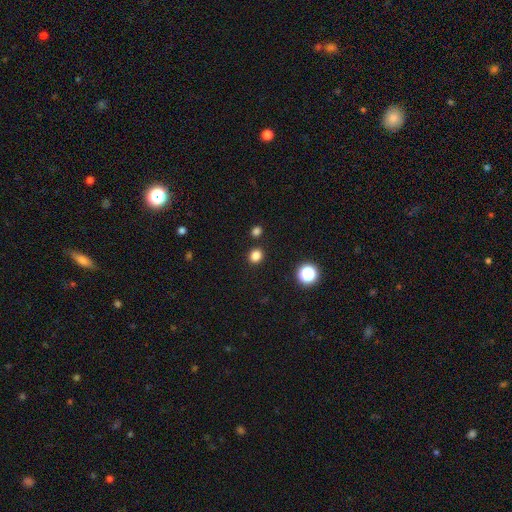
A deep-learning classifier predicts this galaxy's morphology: This appears to be a smooth galaxy with no disk features (82%) that is round (75%). Merging: none (87%).